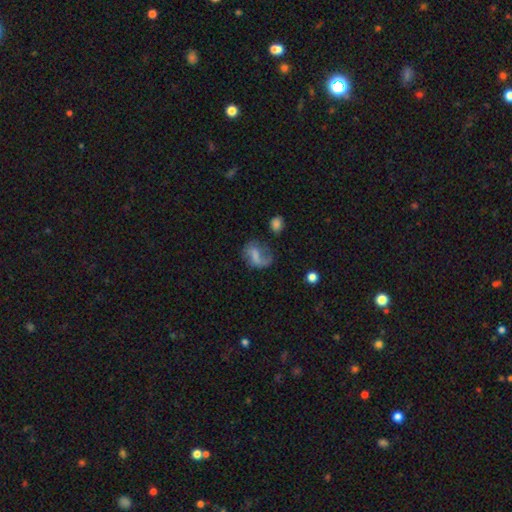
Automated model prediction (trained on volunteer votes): Q: Smooth or featured?
A: featured or disk (45%); runner-up: smooth (43%)
Q: Merging?
A: none (39%); runner-up: major disturbance (32%)